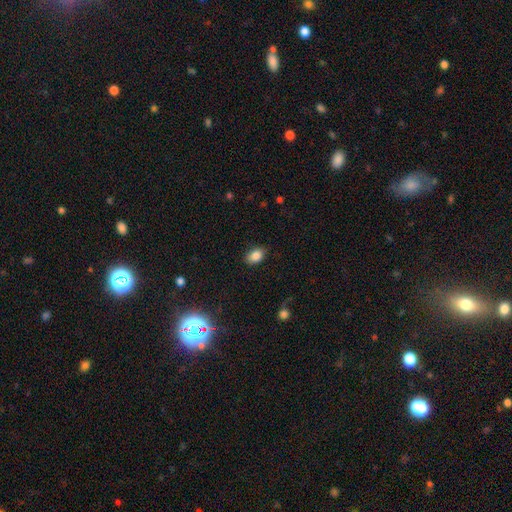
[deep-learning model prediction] Smooth or featured?
  - smooth: 85% *
  - star or artifact: 9%
  - featured or disk: 6%
How rounded?
  - in between: 82% *
  - round: 17%
  - cigar-shaped: 1%
Merging?
  - none: 84% *
  - minor disturbance: 12%
  - major disturbance: 3%
  - merger: 1%